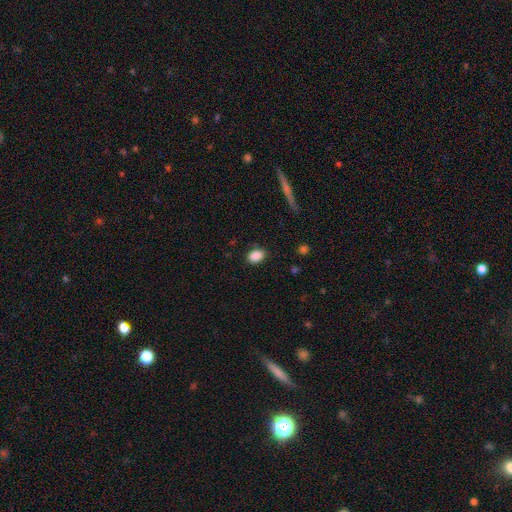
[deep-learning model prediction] Smooth or featured? smooth (88%)
How rounded? in between (76%)
Merging? none (84%)